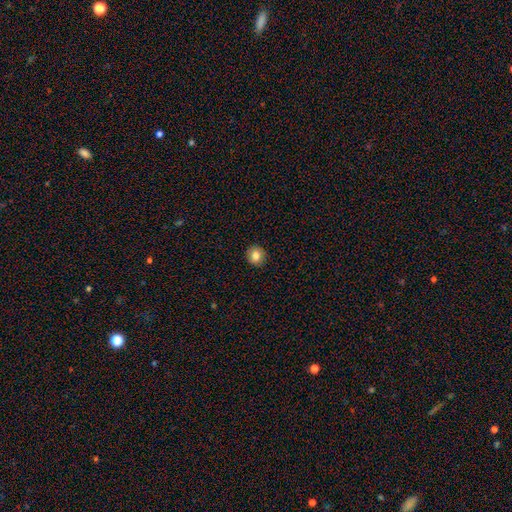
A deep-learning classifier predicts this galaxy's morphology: type=smooth (83%); roundness=round (89%); merging=none (92%).